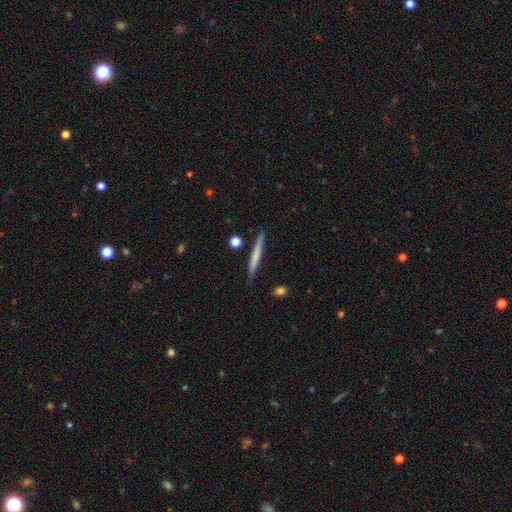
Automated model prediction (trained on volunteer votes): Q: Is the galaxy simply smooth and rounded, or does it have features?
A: smooth — 58%.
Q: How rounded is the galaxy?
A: cigar-shaped — 96%.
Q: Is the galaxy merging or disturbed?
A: none — 86%.